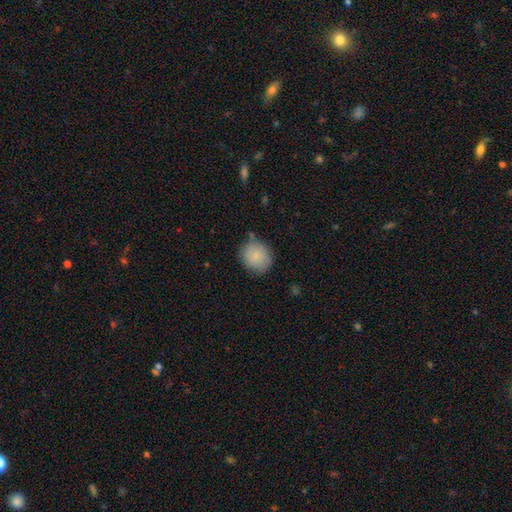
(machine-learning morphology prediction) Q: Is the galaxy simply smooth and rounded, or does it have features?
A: smooth — 85%.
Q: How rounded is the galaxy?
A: round — 76%.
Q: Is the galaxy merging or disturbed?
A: none — 77%.